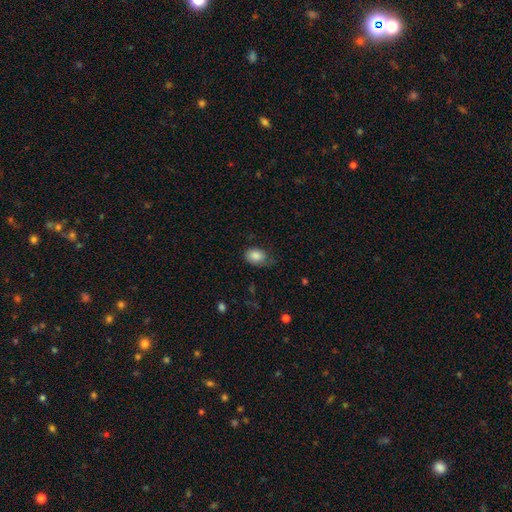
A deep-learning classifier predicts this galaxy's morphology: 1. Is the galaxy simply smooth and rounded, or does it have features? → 84% smooth, 9% featured or disk, 7% star or artifact.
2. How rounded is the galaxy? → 79% in between, 19% round, 1% cigar-shaped.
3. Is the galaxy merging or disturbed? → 51% none, 34% minor disturbance, 14% major disturbance, 2% merger.